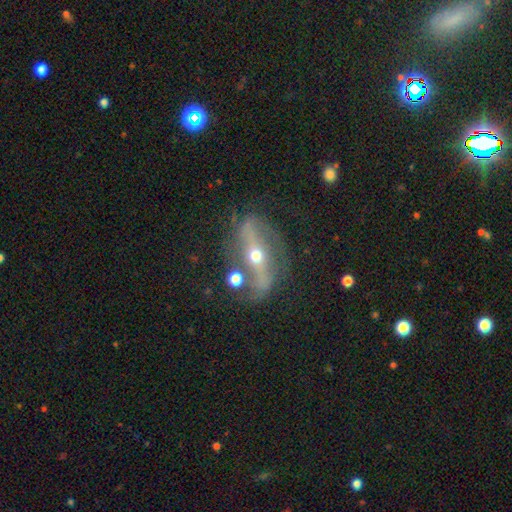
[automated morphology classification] A featured or disk galaxy (76%) with a strong bar (59%), spiral arms (58%) and a moderate central bulge (60%).

Vote fractions:
- Smooth or featured? featured or disk: 76% / smooth: 15% / star or artifact: 8%
- Edge-on disk? no: 74% / yes: 26%
- Bar? strong: 59% / no: 21% / weak: 19%
- Spiral arms? yes: 58% / no: 42%
- Bulge size? moderate: 60% / small: 34% / large: 4% / dominant: 1% / none: 1%
- Merging? none: 64% / minor disturbance: 16% / major disturbance: 10% / merger: 9%